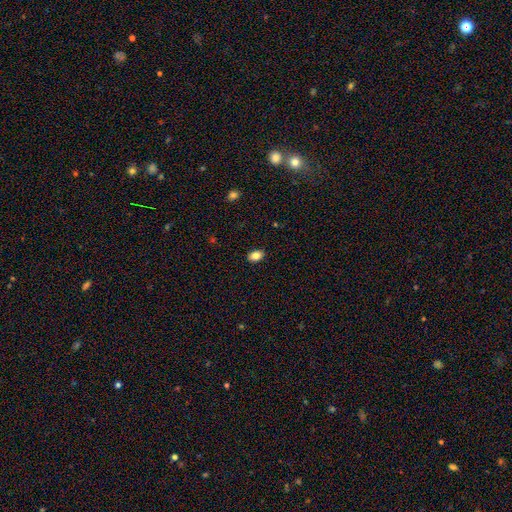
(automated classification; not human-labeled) This is clearly a smooth galaxy (85%). How rounded: clearly in between (84%). Merging: clearly none (89%).